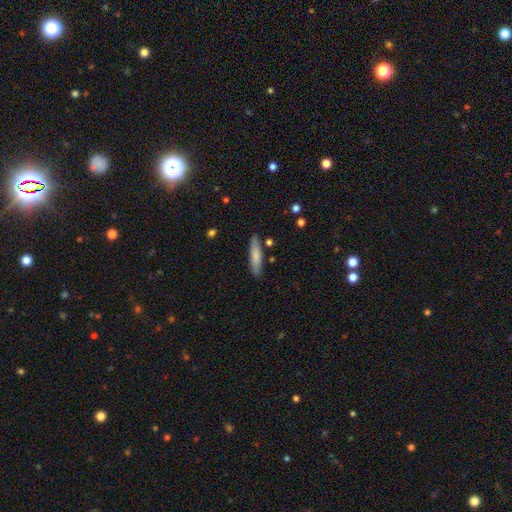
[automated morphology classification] smooth_or_featured: smooth (p=0.75) [alt: featured or disk p=0.19]
how_rounded: cigar-shaped (p=0.78) [alt: in between p=0.21]
merging: none (p=0.84) [alt: minor disturbance p=0.11]